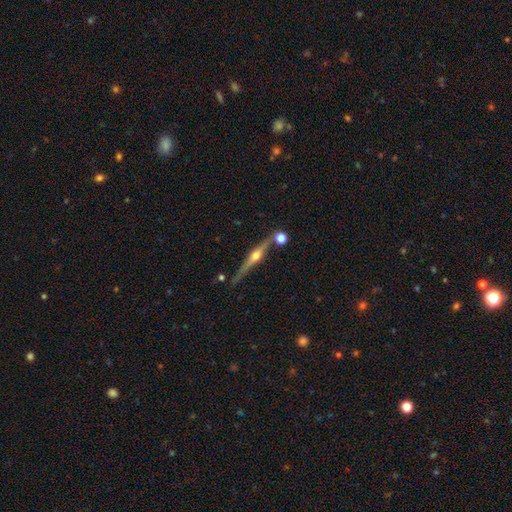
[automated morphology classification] This appears to be a featured or disk galaxy (79%) viewed edge-on (97%) with a rounded central bulge (94%). Merging: none (75%).